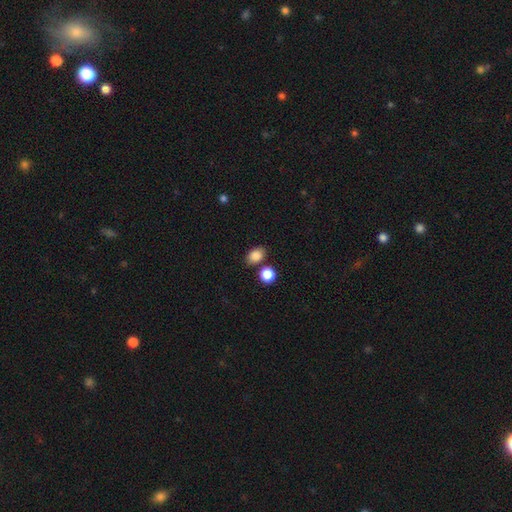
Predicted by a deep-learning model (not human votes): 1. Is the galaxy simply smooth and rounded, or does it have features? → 85% smooth, 10% star or artifact, 5% featured or disk.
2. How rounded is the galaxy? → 69% in between, 30% round, 1% cigar-shaped.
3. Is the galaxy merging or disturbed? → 74% none, 12% merger, 11% minor disturbance, 3% major disturbance.